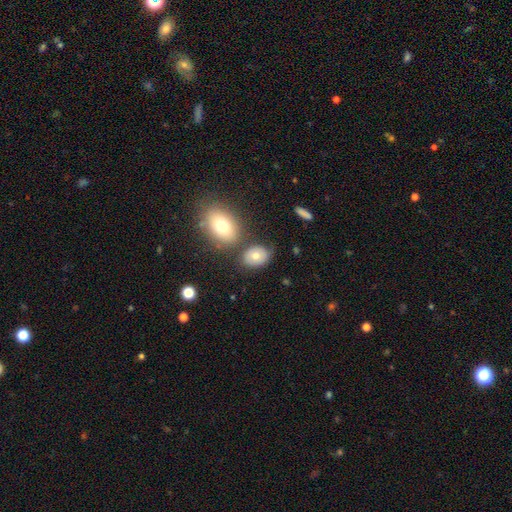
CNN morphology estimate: type=smooth (70%); roundness=in between (70%); merging=none (71%).